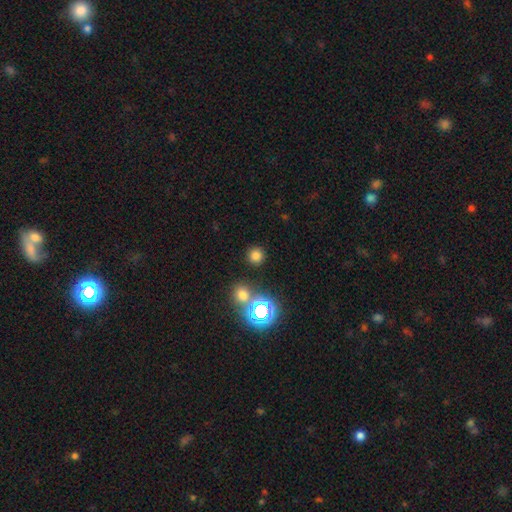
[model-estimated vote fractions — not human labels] A smooth galaxy with no disk features (72%) that is round (94%). Merging: none (87%).